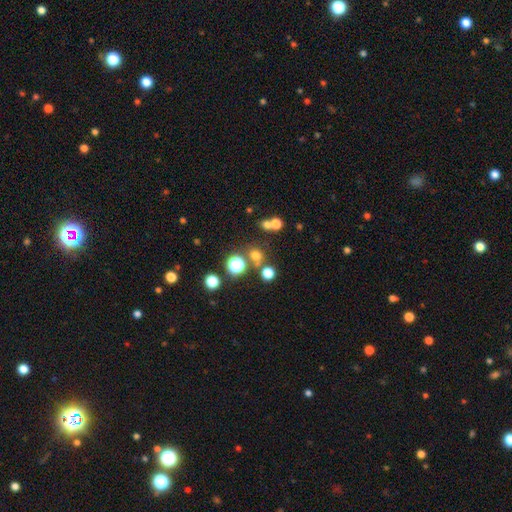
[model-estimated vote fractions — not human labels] Smooth or featured?
  - smooth: 65% *
  - star or artifact: 27%
  - featured or disk: 9%
How rounded?
  - round: 86% *
  - in between: 13%
  - cigar-shaped: 1%
Merging?
  - none: 71% *
  - merger: 17%
  - minor disturbance: 8%
  - major disturbance: 4%